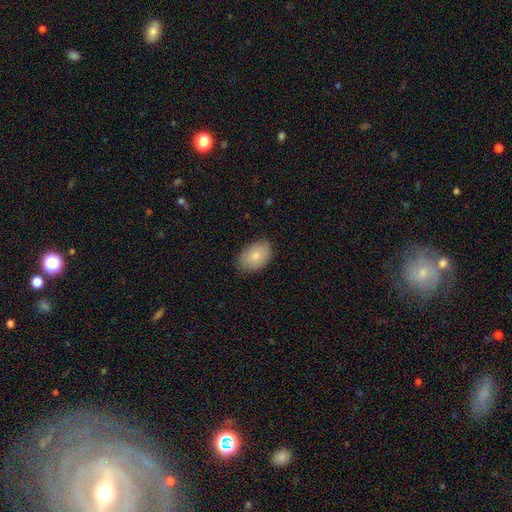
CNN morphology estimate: This is clearly a smooth galaxy (81%). How rounded: clearly in between (85%). Merging: clearly none (80%).